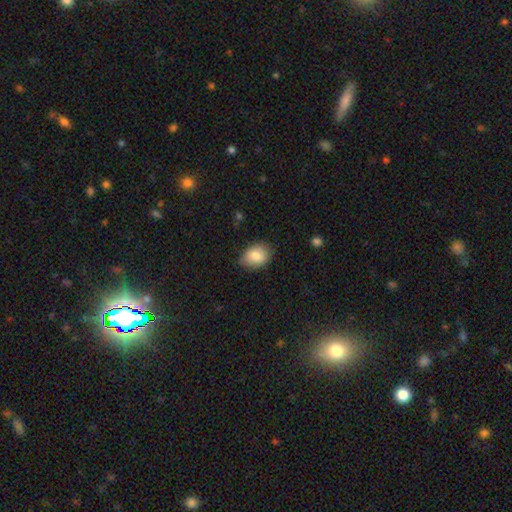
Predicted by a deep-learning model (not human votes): Morphology: type=smooth (84%); roundness=in between (72%); merging=none (74%).